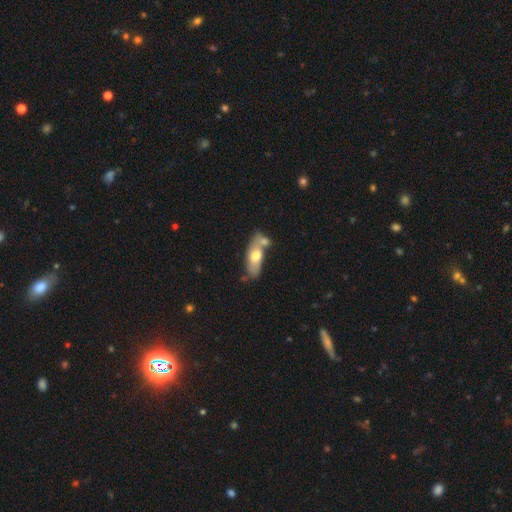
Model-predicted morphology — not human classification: Overall: smooth (60%; featured or disk 34%). How rounded: in between (76%). Merging: none (42%; merger 37%).